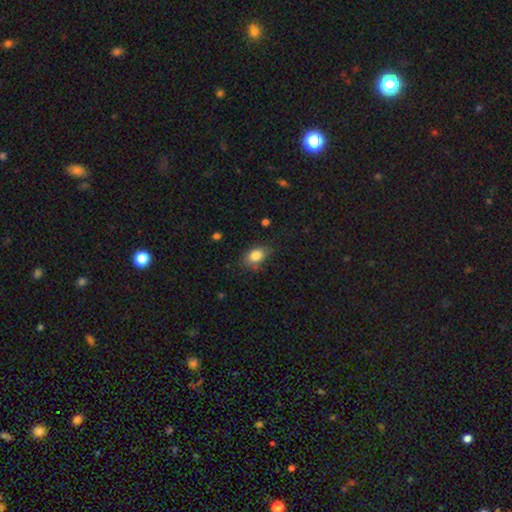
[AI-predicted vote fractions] Smooth or featured: smooth — 84% (star or artifact — 8%)
How rounded: in between — 81% (round — 17%)
Merging: none — 72% (minor disturbance — 21%)